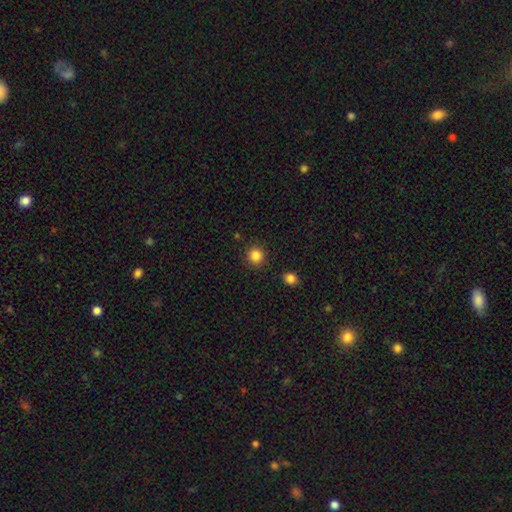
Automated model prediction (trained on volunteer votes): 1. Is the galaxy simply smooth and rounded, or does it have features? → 85% smooth, 11% star or artifact, 4% featured or disk.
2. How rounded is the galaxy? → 92% round, 7% in between, 1% cigar-shaped.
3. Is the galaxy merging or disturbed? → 90% none, 6% minor disturbance, 2% major disturbance, 2% merger.